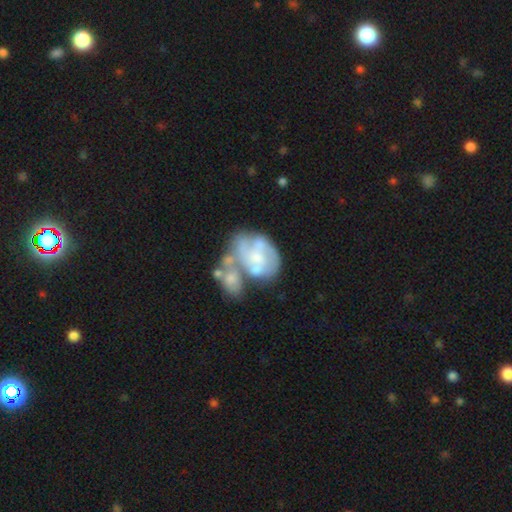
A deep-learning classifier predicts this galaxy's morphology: type=featured or disk (67%); edge-on=no (98%); bar=no (80%); spiral arms=no (58%); bulge=small (33%, tied with moderate); merging=merger (39%).